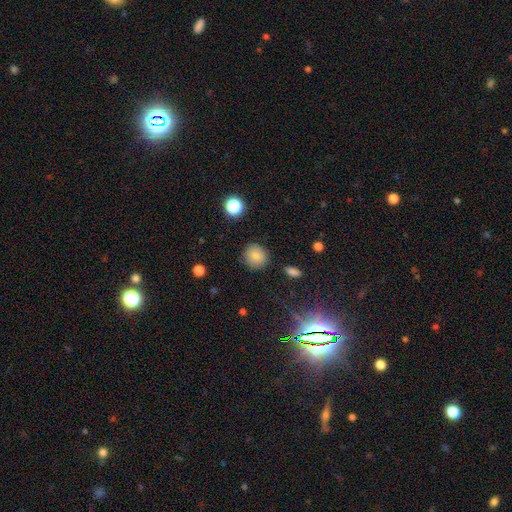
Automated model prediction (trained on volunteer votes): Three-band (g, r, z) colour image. It shows a smooth galaxy with no disk features (82%) that is round (86%). Merging: none (86%).